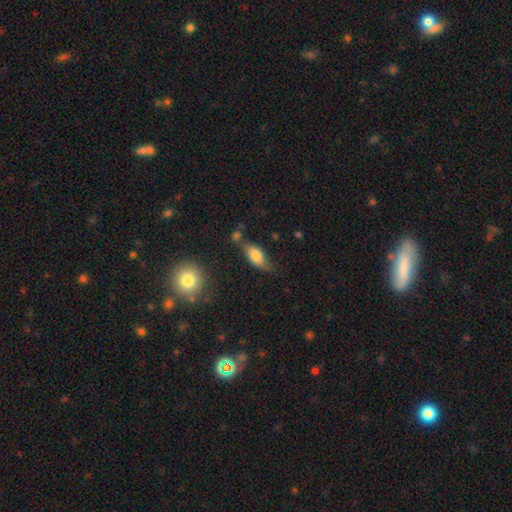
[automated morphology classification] Smooth or featured: smooth — 70% (featured or disk — 21%)
How rounded: in between — 82% (cigar-shaped — 14%)
Merging: none — 57% (minor disturbance — 25%)